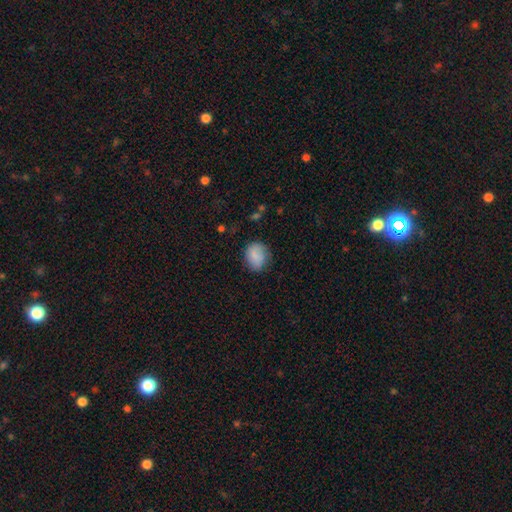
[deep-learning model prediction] smooth_or_featured: smooth (p=0.82) [alt: featured or disk p=0.10]
how_rounded: round (p=0.64) [alt: in between p=0.35]
merging: none (p=0.75) [alt: minor disturbance p=0.18]